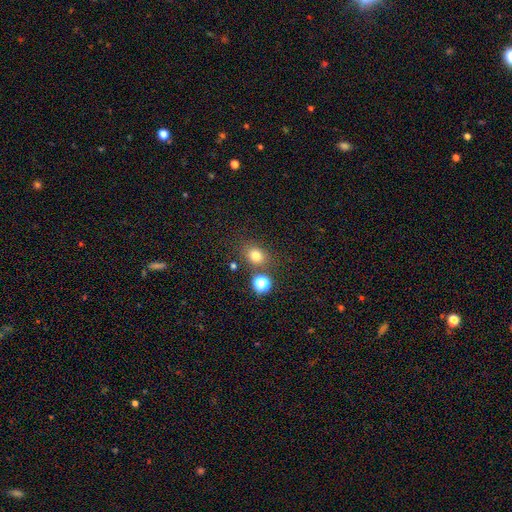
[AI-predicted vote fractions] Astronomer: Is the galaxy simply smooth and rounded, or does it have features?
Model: smooth — 76%.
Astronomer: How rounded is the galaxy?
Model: round — 58% (runner-up: in between, 41%).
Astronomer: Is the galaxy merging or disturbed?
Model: none — 75%.